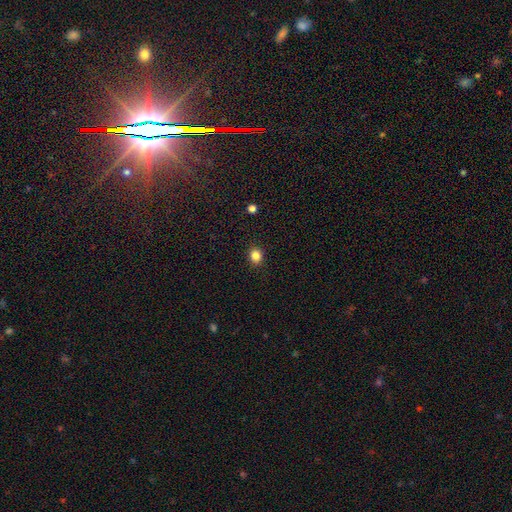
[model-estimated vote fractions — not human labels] The model was most divided on "how rounded": round: 73%, in between: 26%, cigar-shaped: 1%. More confident: merging — none (91%); smooth or featured — smooth (85%).